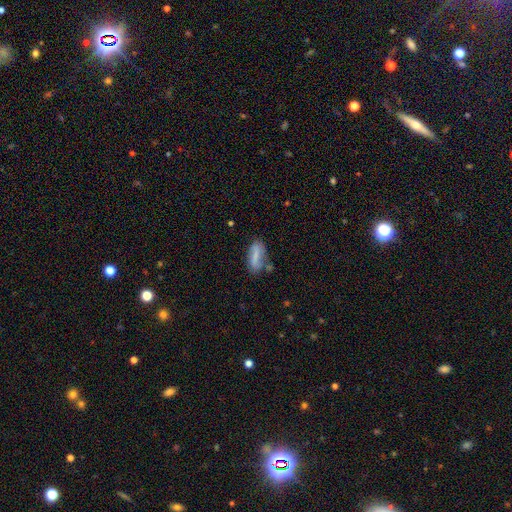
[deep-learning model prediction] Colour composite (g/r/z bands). It shows a smooth galaxy with no disk features (62%) that is in between round and cigar-shaped (75%). Merging: none (60%).